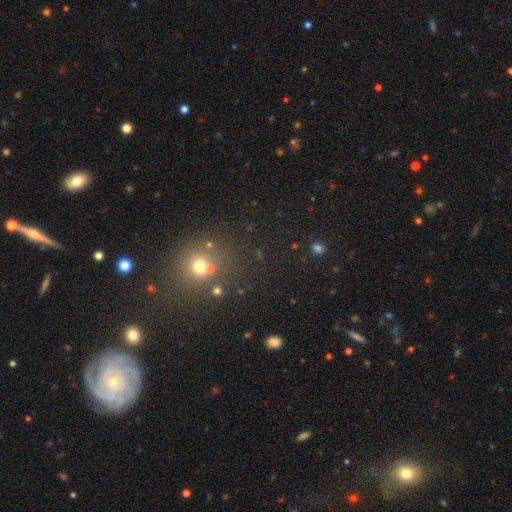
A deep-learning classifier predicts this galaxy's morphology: Smooth or featured? star or artifact (43%)